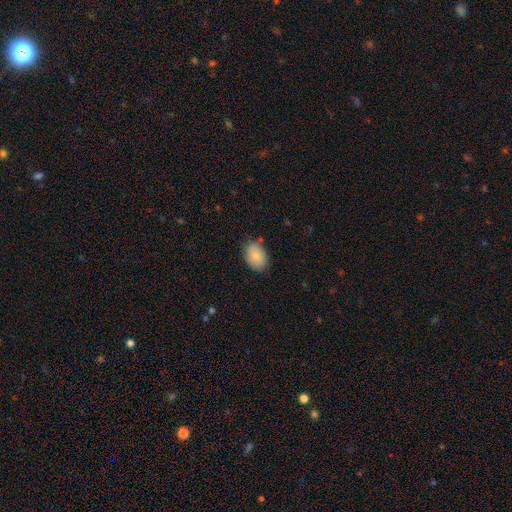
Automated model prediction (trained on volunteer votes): smooth-or-featured: smooth: 79% | featured or disk: 14% | star or artifact: 7%
  how-rounded: in between: 80% | round: 18% | cigar-shaped: 1%
  merging: none: 78% | minor disturbance: 16% | major disturbance: 3% | merger: 2%